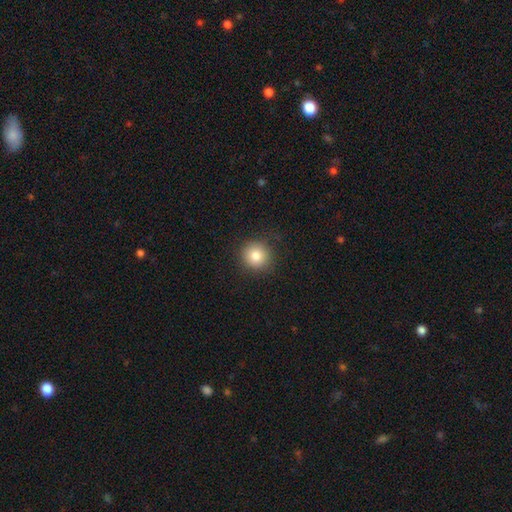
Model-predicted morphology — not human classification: smooth 82%, star or artifact 10%, featured or disk 7%. Down the decision tree: how rounded — round (92%); merging — none (88%).